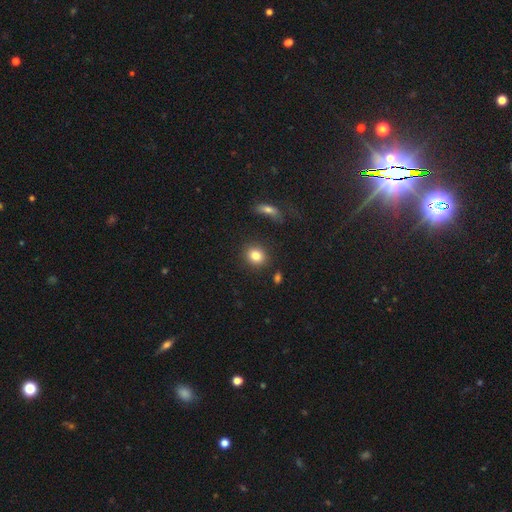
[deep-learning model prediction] Q: Smooth or featured?
A: smooth (83%); runner-up: star or artifact (9%)
Q: How rounded?
A: round (69%); runner-up: in between (30%)
Q: Merging?
A: none (86%); runner-up: minor disturbance (8%)